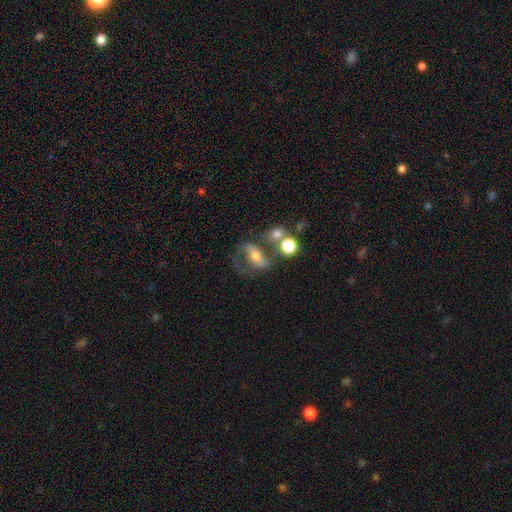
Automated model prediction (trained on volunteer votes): Smooth or featured? featured or disk (58%)
Edge-on disk? no (92%)
Bar? strong (38%)
Spiral arms? yes (75%)
Bulge size? moderate (60%)
Merging? none (45%)